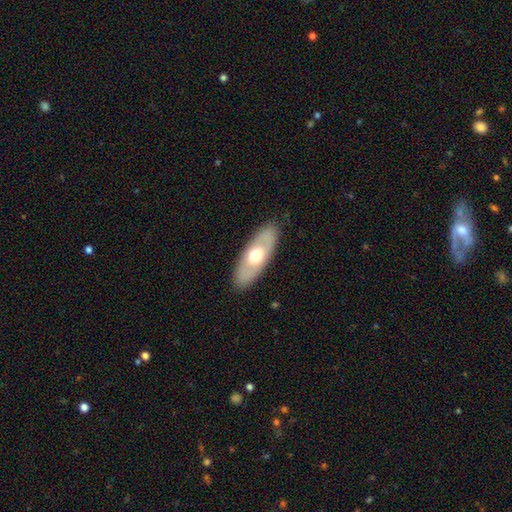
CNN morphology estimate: Overall: smooth (52%; featured or disk 43%). How rounded: in between (78%). Merging: none (87%).